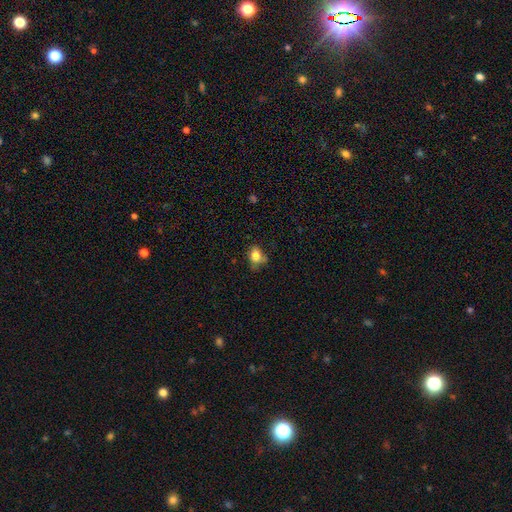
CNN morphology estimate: A smooth galaxy with no disk features (78%) that is in between round and cigar-shaped (61%). Merging: none (53%).